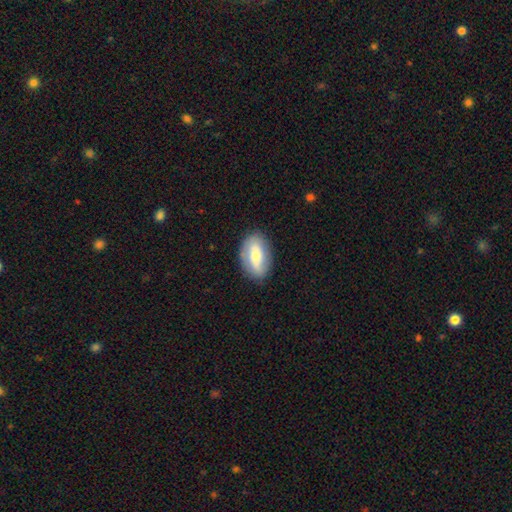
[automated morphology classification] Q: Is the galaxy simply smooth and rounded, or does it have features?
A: smooth — 56%.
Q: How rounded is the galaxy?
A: in between — 90%.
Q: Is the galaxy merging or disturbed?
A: none — 82%.